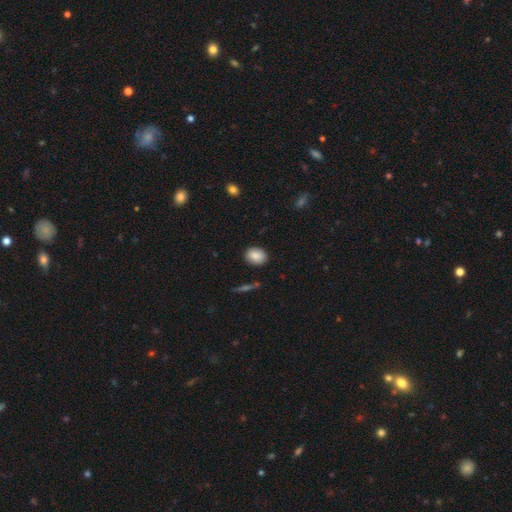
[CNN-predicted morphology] type=smooth (85%); roundness=in between (55%); merging=none (87%).